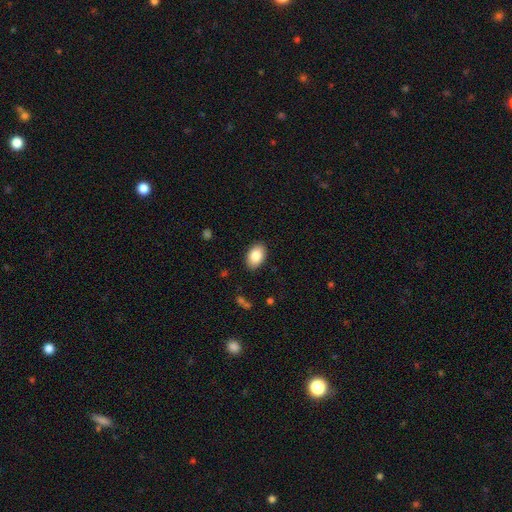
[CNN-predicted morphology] Smooth or featured: smooth — 86% (featured or disk — 7%)
How rounded: in between — 88% (round — 11%)
Merging: none — 88% (minor disturbance — 9%)